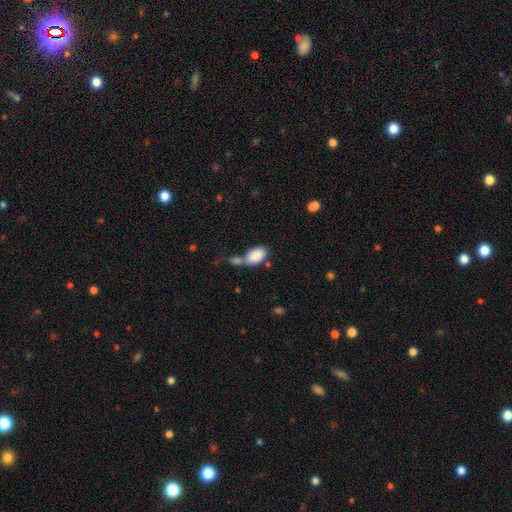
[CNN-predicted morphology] smooth 85%, featured or disk 8%, star or artifact 7%. Down the decision tree: how rounded — in between (93%); merging — none (43%).